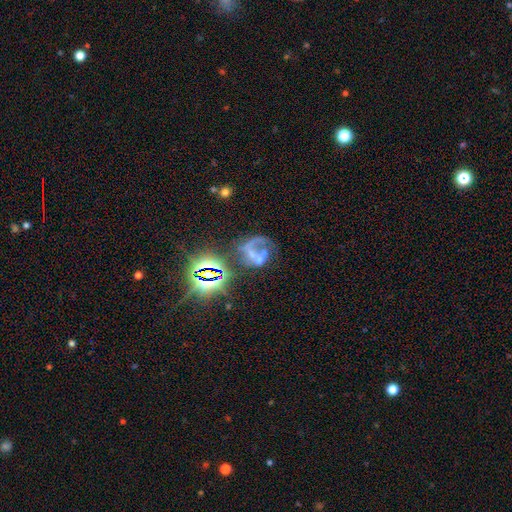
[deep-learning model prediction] Smooth or featured?
  - featured or disk: 52% *
  - star or artifact: 26%
  - smooth: 22%
Edge-on disk?
  - no: 97% *
  - yes: 3%
Bar?
  - no: 72% *
  - weak: 18%
  - strong: 10%
Spiral arms?
  - no: 58% *
  - yes: 42%
Bulge size?
  - none: 52% *
  - moderate: 20%
  - small: 18%
  - large: 7%
  - dominant: 3%
Merging?
  - major disturbance: 37% *
  - none: 28%
  - merger: 23%
  - minor disturbance: 13%